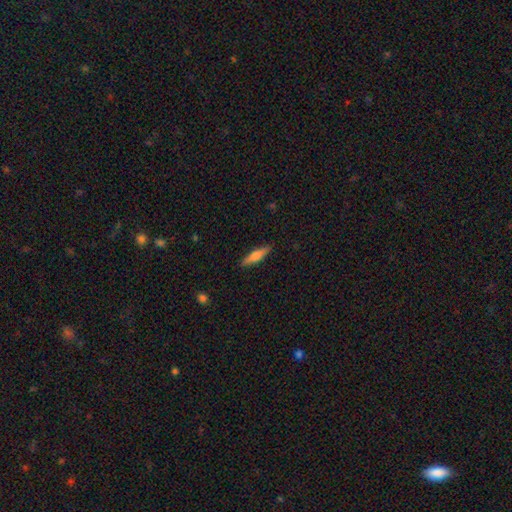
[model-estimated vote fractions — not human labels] Overall: smooth (61%; featured or disk 33%). How rounded: cigar-shaped (76%). Merging: none (89%).